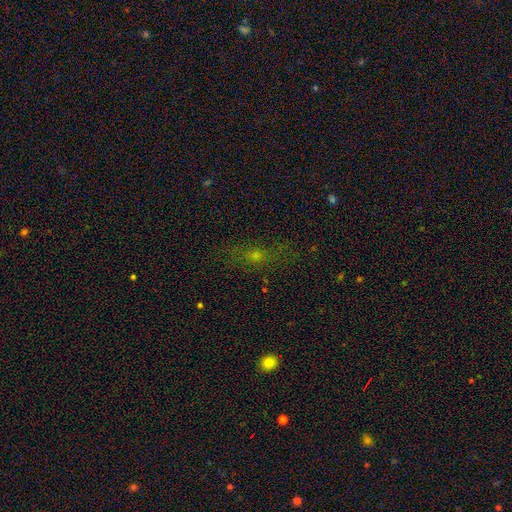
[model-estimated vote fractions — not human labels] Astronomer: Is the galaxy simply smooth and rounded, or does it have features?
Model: smooth — 44% (runner-up: star or artifact, 29%).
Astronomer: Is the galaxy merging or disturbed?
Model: none — 71%.